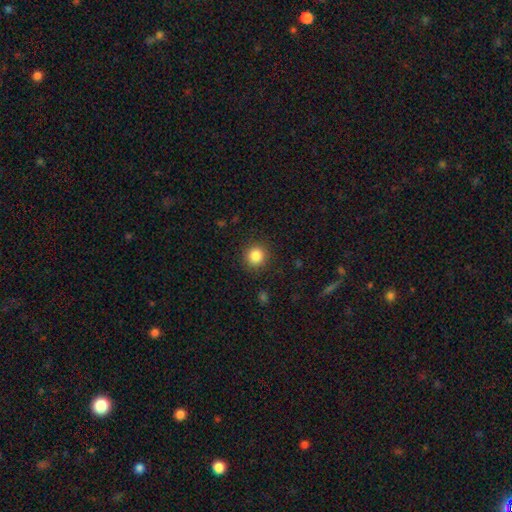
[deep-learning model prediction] This is clearly a smooth galaxy (85%). How rounded: clearly round (92%). Merging: clearly none (89%).